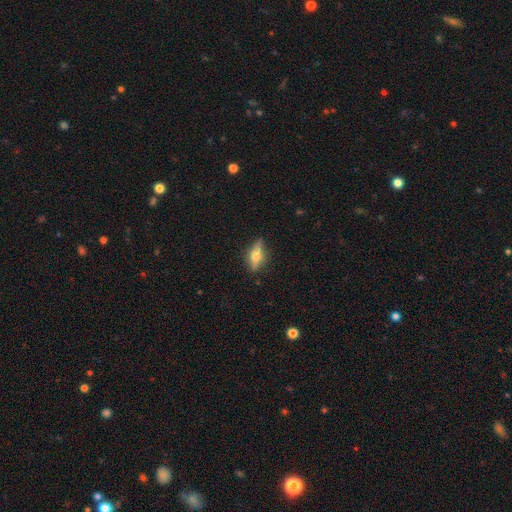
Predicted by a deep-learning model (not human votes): featured or disk 53%, smooth 39%, star or artifact 8%. Down the decision tree: edge-on disk — yes (91%); merging — none (82%).